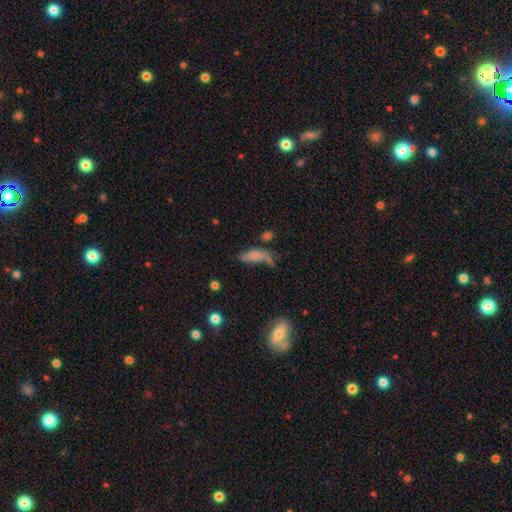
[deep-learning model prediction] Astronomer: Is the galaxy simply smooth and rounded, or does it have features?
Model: smooth — 68%.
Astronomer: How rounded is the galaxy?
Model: in between — 59% (runner-up: cigar-shaped, 37%).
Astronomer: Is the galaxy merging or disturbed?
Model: none — 36% (runner-up: minor disturbance, 27%).